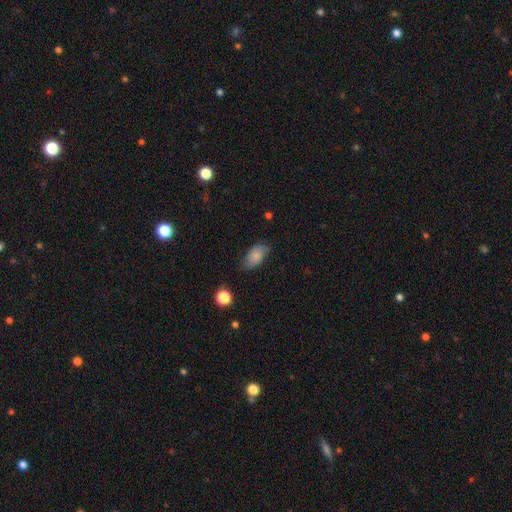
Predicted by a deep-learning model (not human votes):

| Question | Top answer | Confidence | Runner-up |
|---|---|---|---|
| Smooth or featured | smooth | 80% | featured or disk (12%) |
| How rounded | in between | 92% | round (5%) |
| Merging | none | 71% | minor disturbance (23%) |